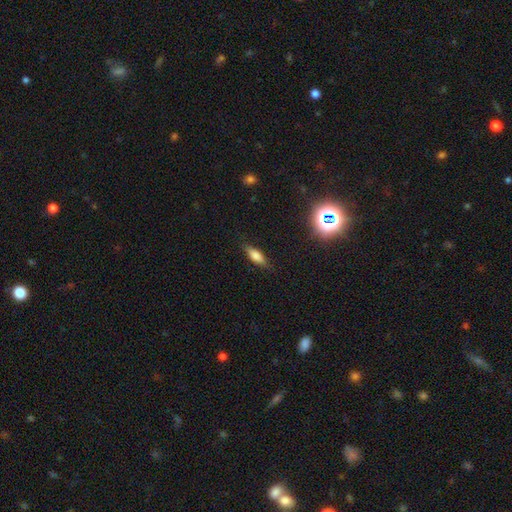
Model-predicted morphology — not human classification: smooth-or-featured: smooth: 70% | featured or disk: 19% | star or artifact: 11%
  how-rounded: in between: 61% | cigar-shaped: 36% | round: 3%
  merging: none: 82% | minor disturbance: 13% | major disturbance: 3% | merger: 1%